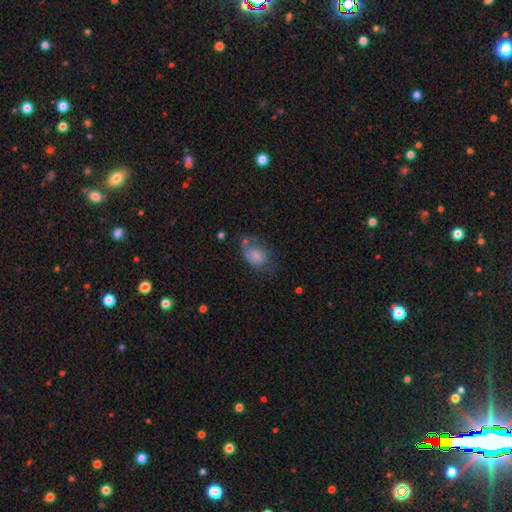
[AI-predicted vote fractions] Overall: smooth (71%). How rounded: in between (80%). Merging: none (36%; minor disturbance 31%).